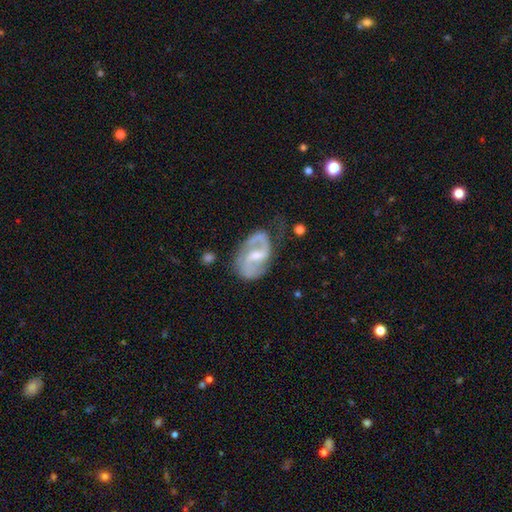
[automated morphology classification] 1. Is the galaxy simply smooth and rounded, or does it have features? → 87% featured or disk, 8% smooth, 5% star or artifact.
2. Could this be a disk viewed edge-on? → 97% no, 3% yes.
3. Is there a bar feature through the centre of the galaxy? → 50% weak, 29% strong, 21% no.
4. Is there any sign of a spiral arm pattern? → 95% yes, 5% no.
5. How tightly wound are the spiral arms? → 51% medium, 30% loose, 18% tight.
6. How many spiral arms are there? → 88% 2, 4% 1, 4% can't tell, 1% 3, 1% 4, 1% more than 4.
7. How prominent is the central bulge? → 48% small, 46% moderate, 3% none, 2% large, 1% dominant.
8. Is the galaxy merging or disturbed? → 63% none, 24% minor disturbance, 11% major disturbance, 2% merger.